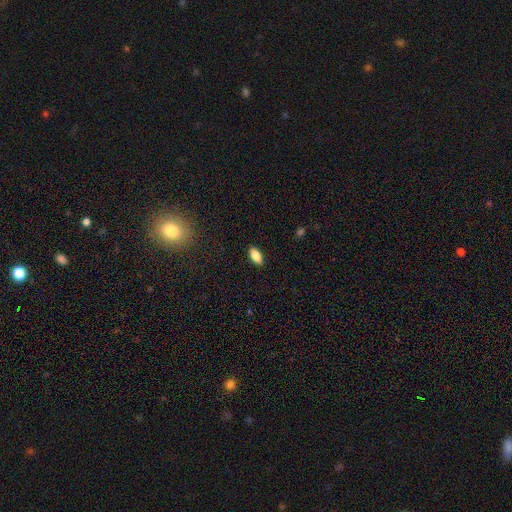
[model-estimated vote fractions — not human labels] Smooth or featured: smooth — 83% (featured or disk — 9%)
How rounded: in between — 86% (cigar-shaped — 11%)
Merging: none — 88% (minor disturbance — 9%)